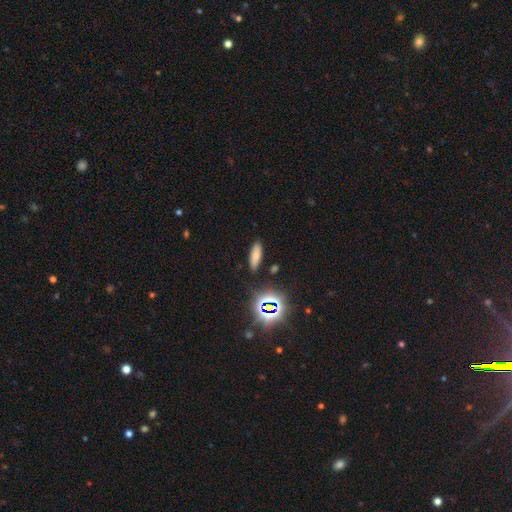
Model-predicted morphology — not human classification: type=smooth (69%); roundness=in between (57%); merging=none (86%).